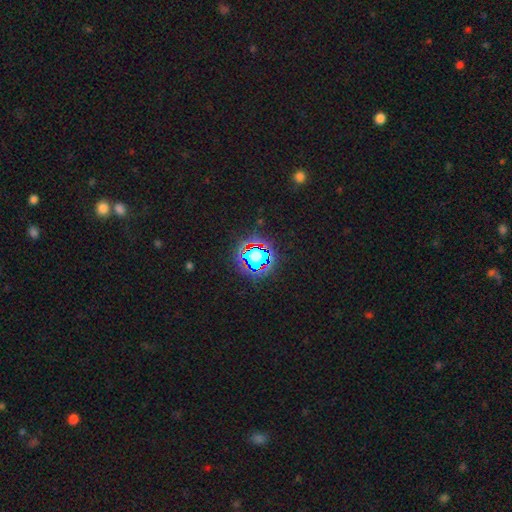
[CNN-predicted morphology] This appears to be a star or artifact, not a galaxy (62%).